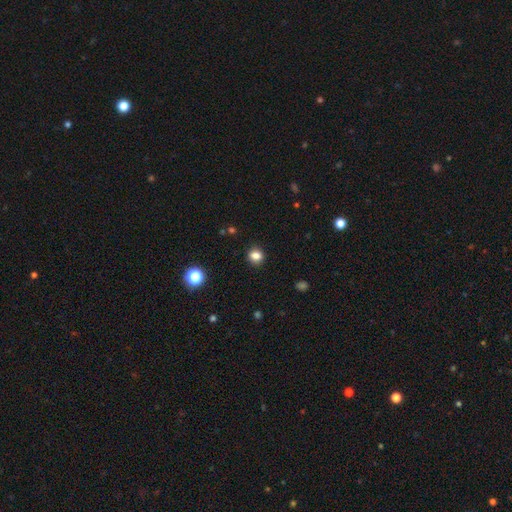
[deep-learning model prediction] smooth 84%, star or artifact 12%, featured or disk 5%. Down the decision tree: how rounded — round (75%); merging — none (89%).